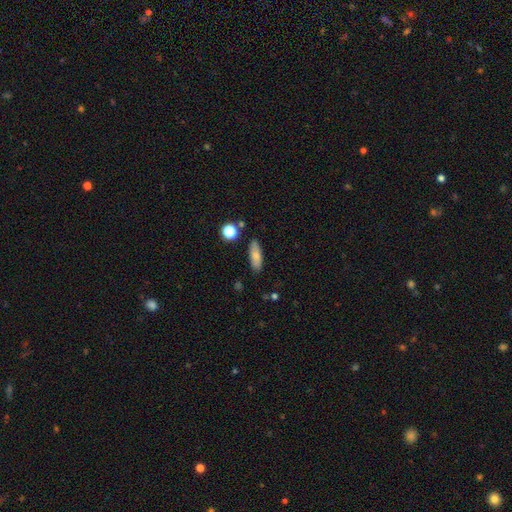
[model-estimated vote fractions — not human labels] A smooth galaxy with no disk features (78%) that is in between round and cigar-shaped (60%).

Vote fractions:
- Smooth or featured? smooth: 78% / featured or disk: 14% / star or artifact: 8%
- How rounded? in between: 60% / cigar-shaped: 37% / round: 3%
- Merging? none: 85% / minor disturbance: 10% / merger: 2% / major disturbance: 2%